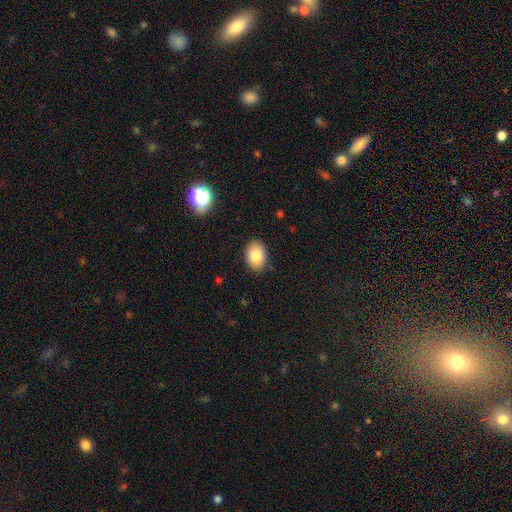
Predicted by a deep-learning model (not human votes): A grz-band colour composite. It shows a smooth galaxy with no disk features (85%) that is in between round and cigar-shaped (74%). Merging: none (84%).